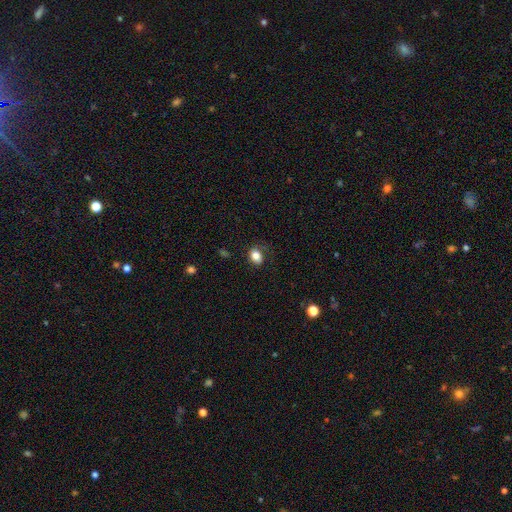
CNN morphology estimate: A smooth galaxy with no disk features (82%) that is in between round and cigar-shaped (60%). Merging: none (75%).